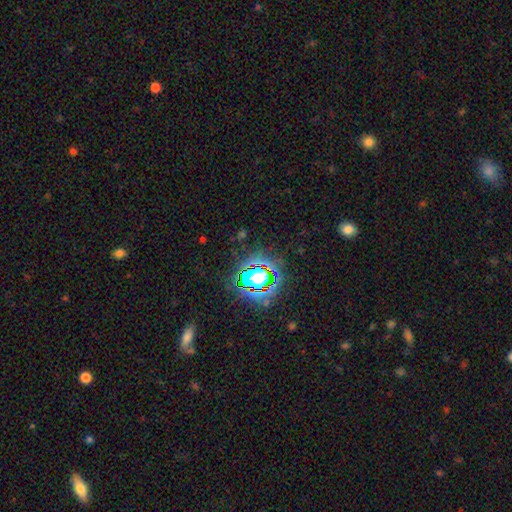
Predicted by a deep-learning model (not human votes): smooth-or-featured: star or artifact: 80% | smooth: 12% | featured or disk: 8%